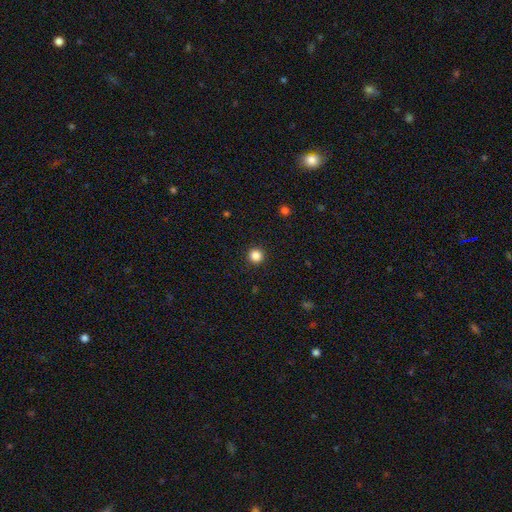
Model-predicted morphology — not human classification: Smooth or featured?
  - smooth: 86% *
  - star or artifact: 11%
  - featured or disk: 3%
How rounded?
  - round: 95% *
  - in between: 4%
  - cigar-shaped: 1%
Merging?
  - none: 93% *
  - minor disturbance: 4%
  - major disturbance: 2%
  - merger: 1%